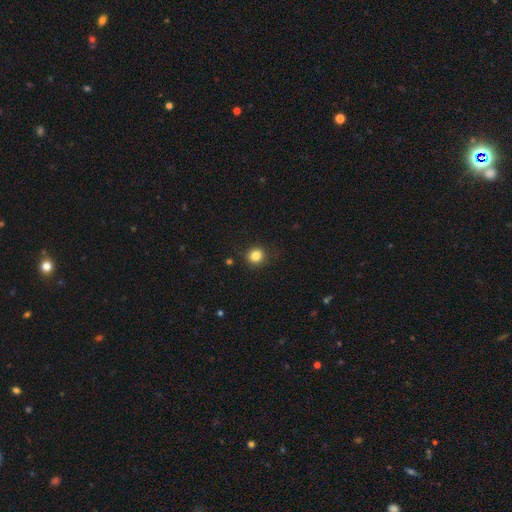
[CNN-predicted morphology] The model was most divided on "smooth or featured": smooth: 83%, star or artifact: 12%, featured or disk: 5%. More confident: how rounded — round (90%); merging — none (88%).